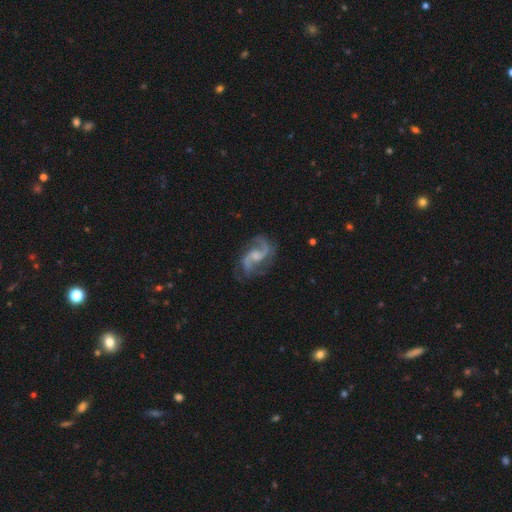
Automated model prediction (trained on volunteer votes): A featured or disk galaxy (90%) with a weak bar (46%), 2 (90%) medium (48%) spiral arms (98%) and a small central bulge (43%).

Vote fractions:
- Smooth or featured? featured or disk: 90% / star or artifact: 5% / smooth: 5%
- Edge-on disk? no: 98% / yes: 2%
- Bar? weak: 46% / no: 44% / strong: 10%
- Spiral arms? yes: 98% / no: 2%
- Spiral winding? medium: 48% / loose: 44% / tight: 8%
- Spiral arm count? 2: 90% / 3: 3% / can't tell: 3% / 1: 2% / 4: 1% / more than 4: 1%
- Bulge size? small: 43% / moderate: 34% / none: 18% / large: 4% / dominant: 1%
- Merging? none: 72% / minor disturbance: 17% / major disturbance: 9% / merger: 2%